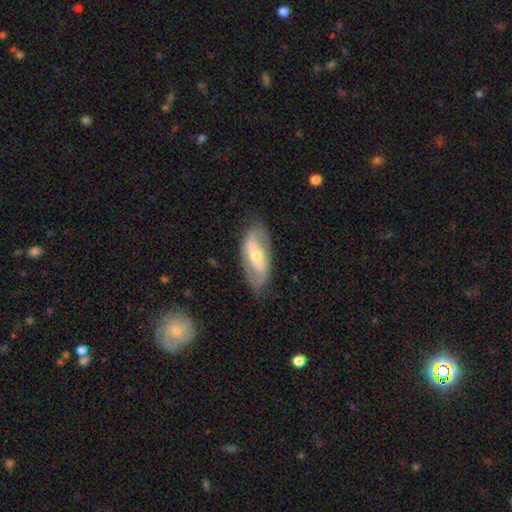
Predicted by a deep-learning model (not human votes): This appears to be a featured or disk galaxy (66%) with a strong bar (51%), spiral arms (68%) and a moderate central bulge (51%). Merging: none (75%).